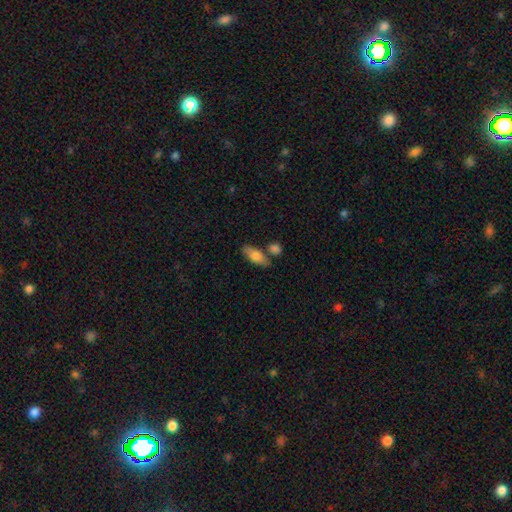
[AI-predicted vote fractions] This appears to be a smooth galaxy with no disk features (74%) that is in between round and cigar-shaped (78%). Merging: none (68%).